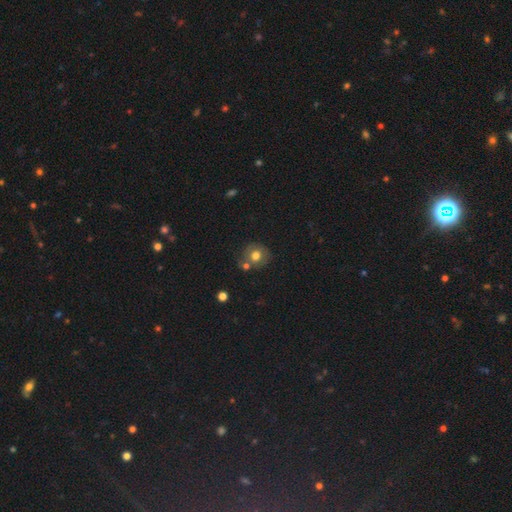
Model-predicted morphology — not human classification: Smooth or featured? smooth (64%)
How rounded? round (81%)
Merging? none (61%)